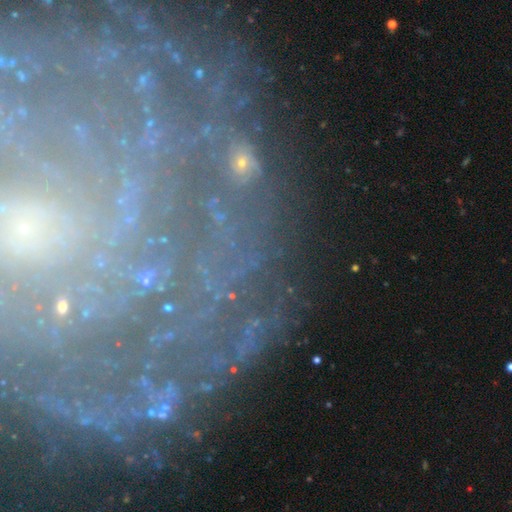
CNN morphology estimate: Smooth or featured?
  - featured or disk: 66% *
  - star or artifact: 22%
  - smooth: 12%
Edge-on disk?
  - no: 92% *
  - yes: 8%
Bar?
  - no: 63% *
  - weak: 20%
  - strong: 16%
Spiral arms?
  - yes: 82% *
  - no: 18%
Bulge size?
  - small: 64% *
  - moderate: 16%
  - none: 12%
  - large: 5%
  - dominant: 3%
Merging?
  - none: 74% *
  - minor disturbance: 14%
  - major disturbance: 9%
  - merger: 4%